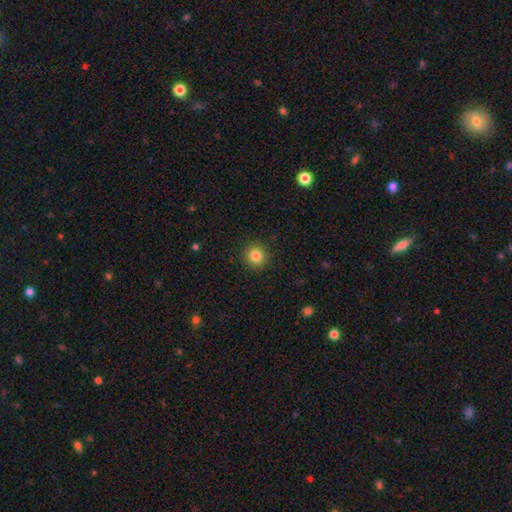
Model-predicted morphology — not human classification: Smooth or featured?
  - smooth: 84% *
  - star or artifact: 11%
  - featured or disk: 5%
How rounded?
  - round: 93% *
  - in between: 6%
  - cigar-shaped: 1%
Merging?
  - none: 91% *
  - minor disturbance: 6%
  - major disturbance: 2%
  - merger: 1%